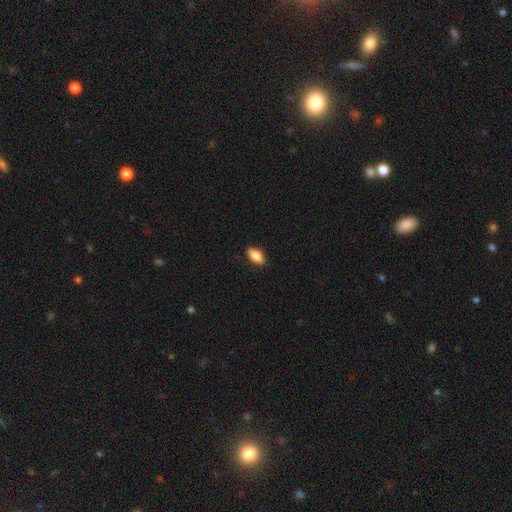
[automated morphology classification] smooth_or_featured: smooth (p=0.86) [alt: featured or disk p=0.08]
how_rounded: in between (p=0.89) [alt: cigar-shaped p=0.08]
merging: none (p=0.87) [alt: minor disturbance p=0.10]